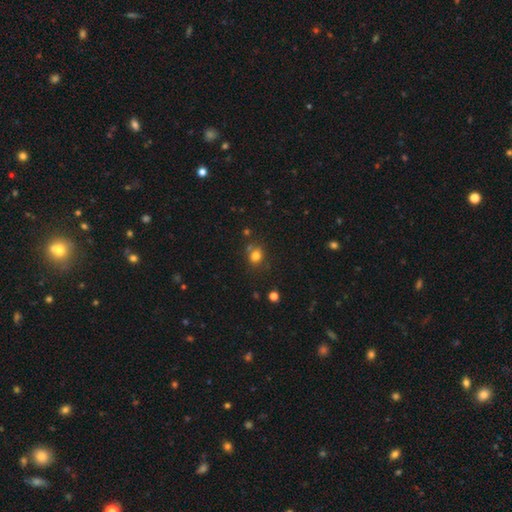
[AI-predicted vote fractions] This appears to be a smooth galaxy with no disk features (77%) that is round (68%). Merging: none (68%).